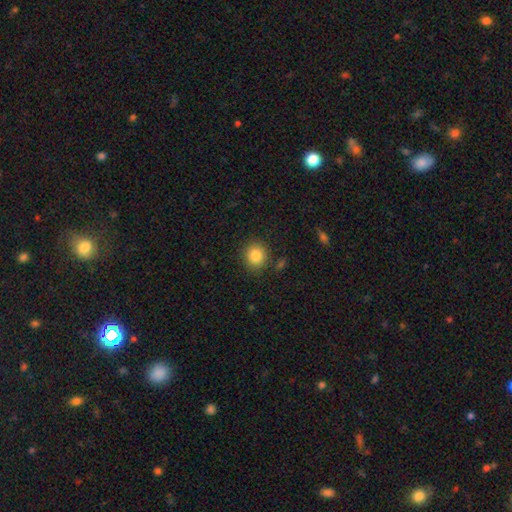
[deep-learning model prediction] smooth 85%, star or artifact 10%, featured or disk 6%. Down the decision tree: how rounded — round (86%); merging — none (86%).